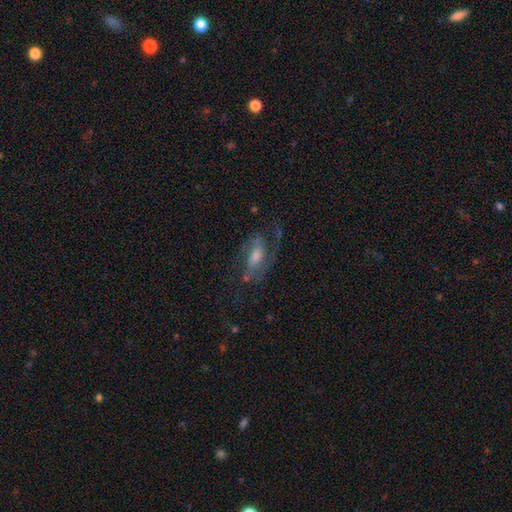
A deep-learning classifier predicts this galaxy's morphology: smooth-or-featured: featured or disk: 74% | smooth: 17% | star or artifact: 9%
  disk-edge-on: no: 92% | yes: 8%
    bar: weak: 43% | no: 37% | strong: 20%
    has-spiral-arms: yes: 90% | no: 10%
      spiral-winding: medium: 48% | loose: 33% | tight: 19%
      spiral-arm-count: 2: 76% | can't tell: 10% | 1: 8% | 3: 4% | 4: 2% | more than 4: 2%
    bulge-size: moderate: 49% | small: 26% | large: 16% | none: 7% | dominant: 2%
  merging: none: 59% | major disturbance: 21% | minor disturbance: 18% | merger: 2%